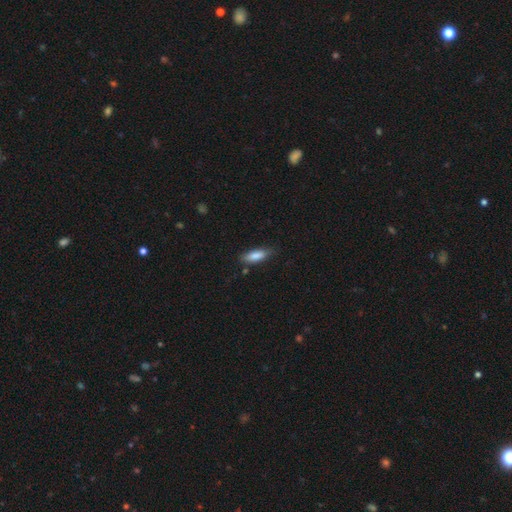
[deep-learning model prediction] Smooth or featured? Predicted: smooth (p=0.84). How rounded? Predicted: in between (p=0.61). Merging? Predicted: none (p=0.75).